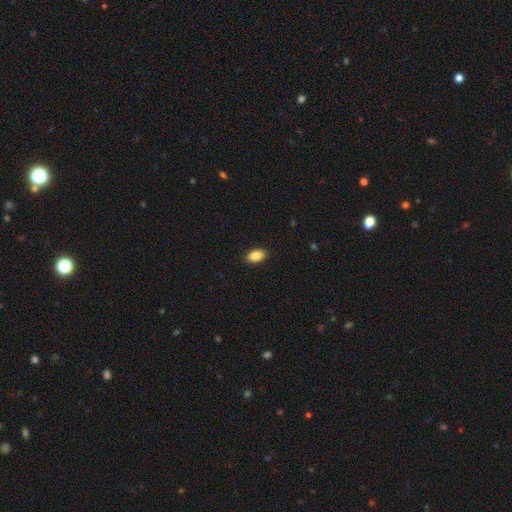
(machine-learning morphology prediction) smooth-or-featured: smooth: 87% | star or artifact: 8% | featured or disk: 5%
  how-rounded: in between: 91% | round: 7% | cigar-shaped: 2%
  merging: none: 90% | minor disturbance: 8% | major disturbance: 2% | merger: 1%